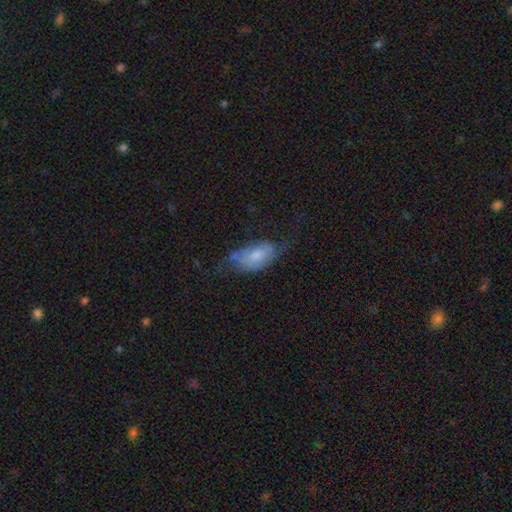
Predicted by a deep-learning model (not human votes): Smooth or featured?
  - smooth: 50% *
  - featured or disk: 43%
  - star or artifact: 8%
Merging?
  - none: 38% *
  - major disturbance: 30%
  - minor disturbance: 29%
  - merger: 3%